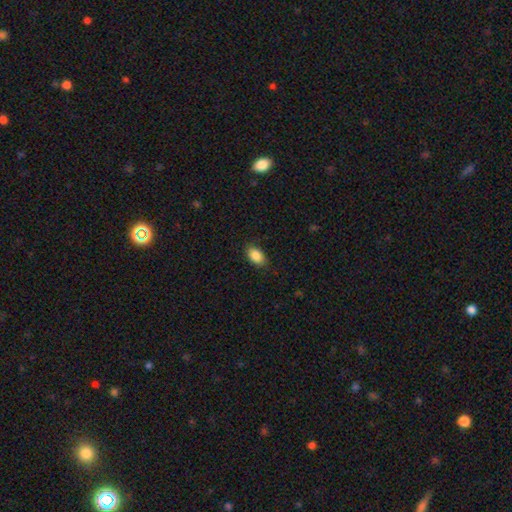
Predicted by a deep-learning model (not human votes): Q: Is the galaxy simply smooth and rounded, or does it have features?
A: smooth — 87%.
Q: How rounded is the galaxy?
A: in between — 90%.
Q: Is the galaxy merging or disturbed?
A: none — 85%.